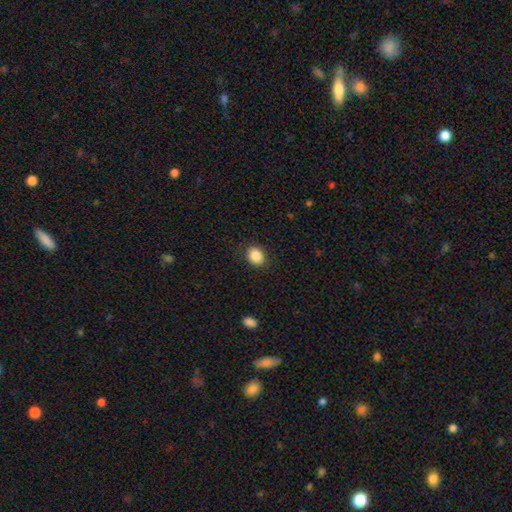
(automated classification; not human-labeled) A smooth galaxy with no disk features (87%) that is round (51%). Merging: none (86%).